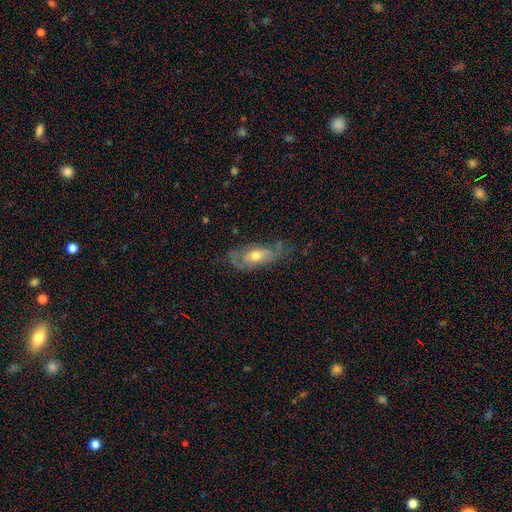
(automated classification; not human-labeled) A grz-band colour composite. It shows a featured or disk galaxy (65%) with no bar (74%), spiral arms (68%) and a moderate central bulge (69%). Merging: none (58%).